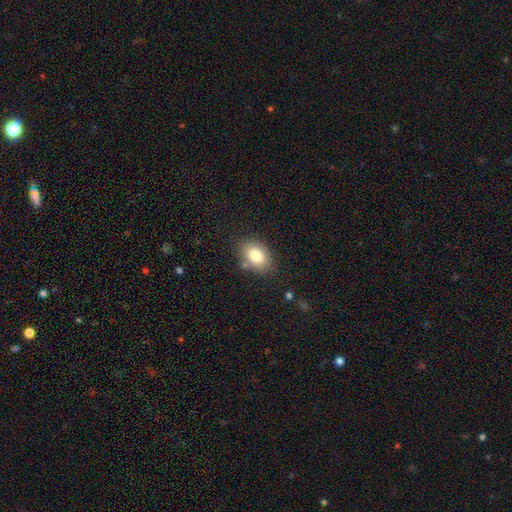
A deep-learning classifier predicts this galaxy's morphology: Smooth or featured? Predicted: smooth (p=0.82). How rounded? Predicted: in between (p=0.83). Merging? Predicted: none (p=0.79).